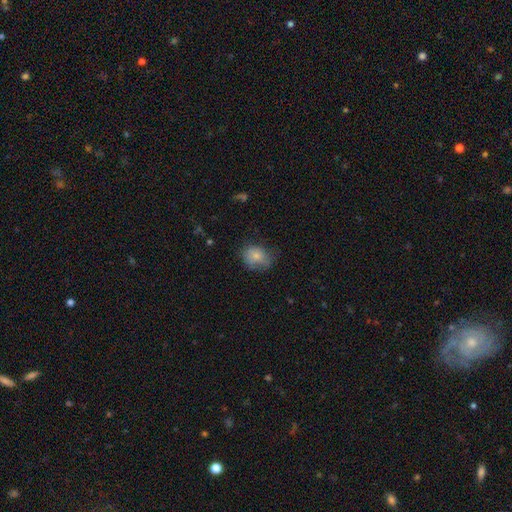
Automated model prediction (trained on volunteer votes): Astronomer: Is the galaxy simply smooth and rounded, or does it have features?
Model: smooth — 76%.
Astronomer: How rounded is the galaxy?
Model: in between — 52% (runner-up: round, 48%).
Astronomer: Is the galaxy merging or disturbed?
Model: none — 51% (runner-up: minor disturbance, 33%).